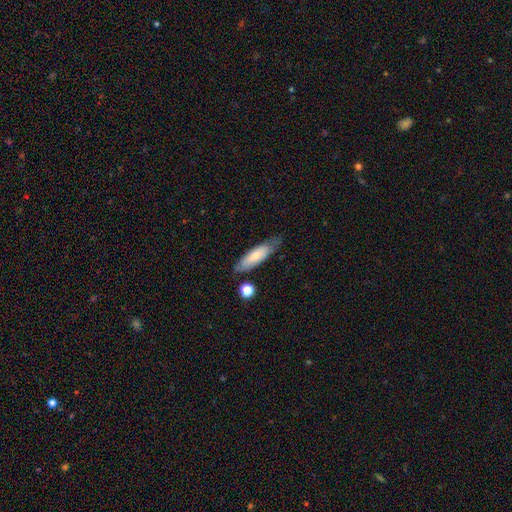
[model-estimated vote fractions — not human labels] This is likely a smooth galaxy (72%). How rounded: possibly cigar-shaped (54%). Merging: likely none (66%).